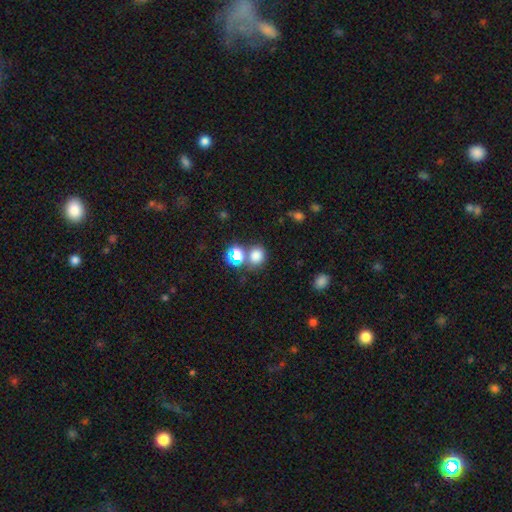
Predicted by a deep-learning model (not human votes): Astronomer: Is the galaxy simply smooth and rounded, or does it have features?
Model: smooth — 73%.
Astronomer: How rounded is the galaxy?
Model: round — 76%.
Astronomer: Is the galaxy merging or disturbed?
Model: none — 63%.